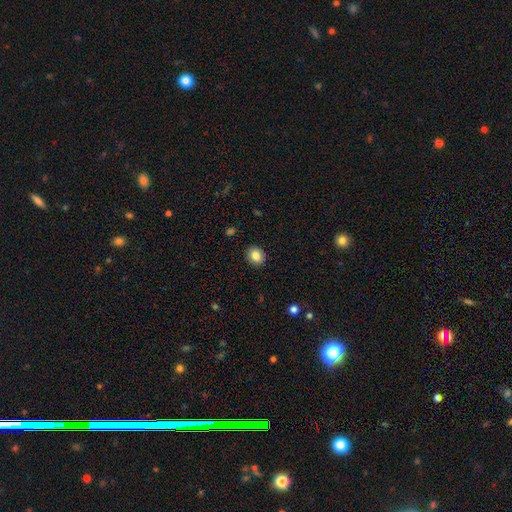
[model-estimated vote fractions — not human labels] The model was most divided on "how rounded": round: 74%, in between: 25%, cigar-shaped: 1%. More confident: merging — none (91%); smooth or featured — smooth (84%).